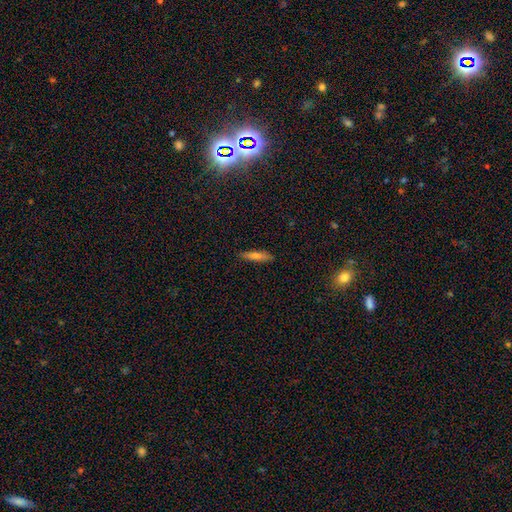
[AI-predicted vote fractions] This appears to be a smooth galaxy with no disk features (63%) that is cigar-shaped (81%). Merging: none (88%).